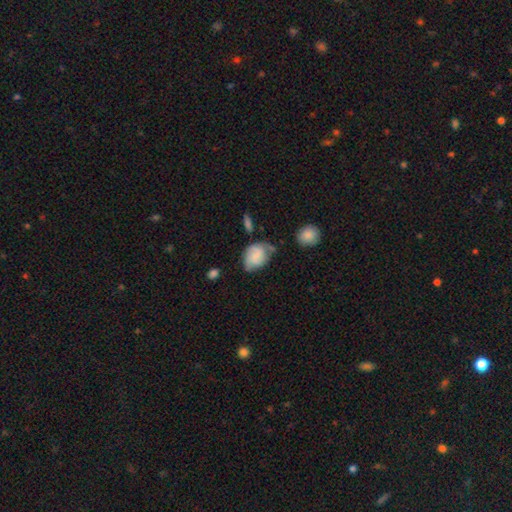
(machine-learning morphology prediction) Smooth or featured?
  - smooth: 63% *
  - featured or disk: 29%
  - star or artifact: 8%
How rounded?
  - in between: 60% *
  - round: 39%
  - cigar-shaped: 1%
Merging?
  - minor disturbance: 39% *
  - none: 37%
  - major disturbance: 16%
  - merger: 8%